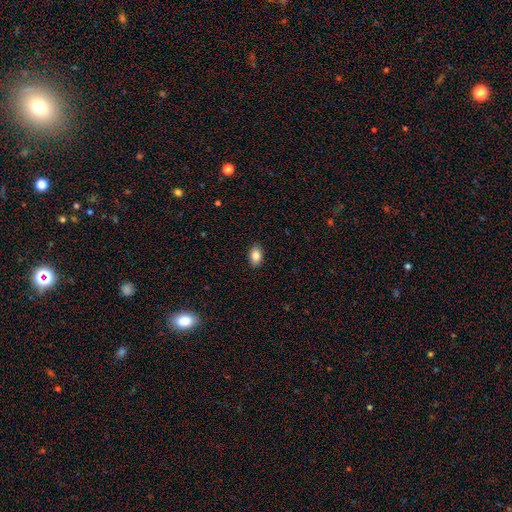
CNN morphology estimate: Smooth or featured? Predicted: smooth (p=0.86). How rounded? Predicted: in between (p=0.85). Merging? Predicted: none (p=0.88).